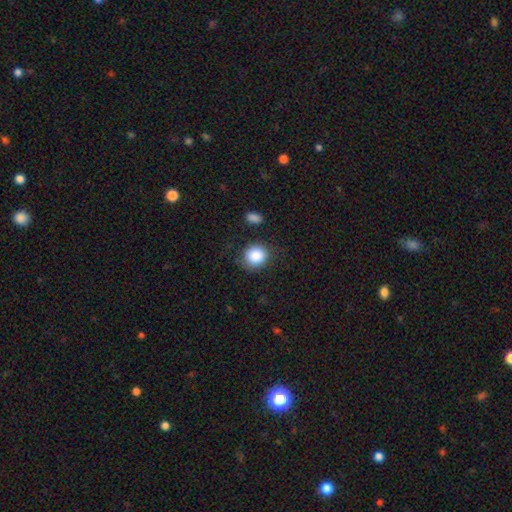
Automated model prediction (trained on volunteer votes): Q: Smooth or featured?
A: smooth (87%); runner-up: star or artifact (9%)
Q: How rounded?
A: round (86%); runner-up: in between (13%)
Q: Merging?
A: none (82%); runner-up: minor disturbance (11%)